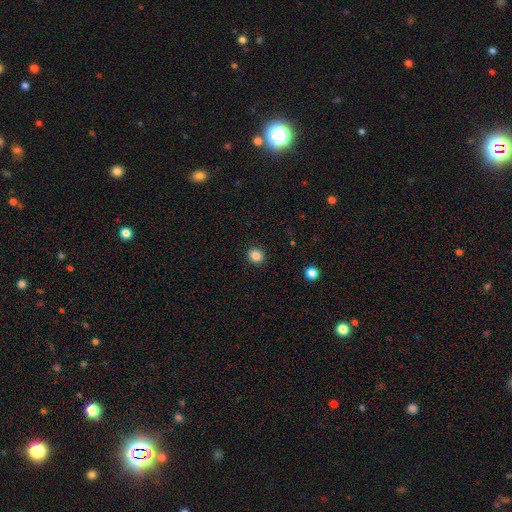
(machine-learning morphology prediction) Smooth or featured? Predicted: smooth (p=0.85). How rounded? Predicted: round (p=0.81). Merging? Predicted: none (p=0.91).